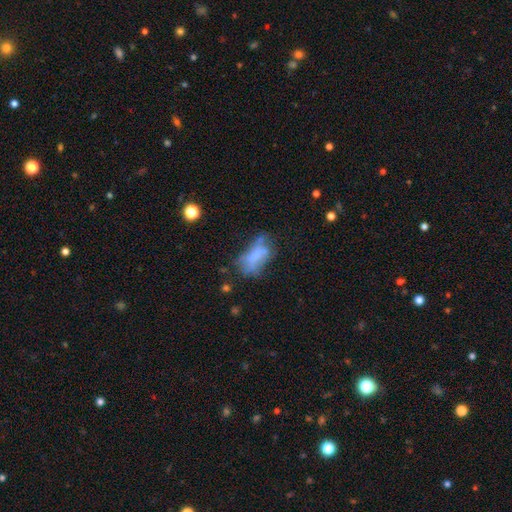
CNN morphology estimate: smooth-or-featured: smooth: 52% | featured or disk: 35% | star or artifact: 13%
  how-rounded: in between: 86% | cigar-shaped: 9% | round: 5%
  merging: none: 34% | major disturbance: 28% | minor disturbance: 27% | merger: 12%